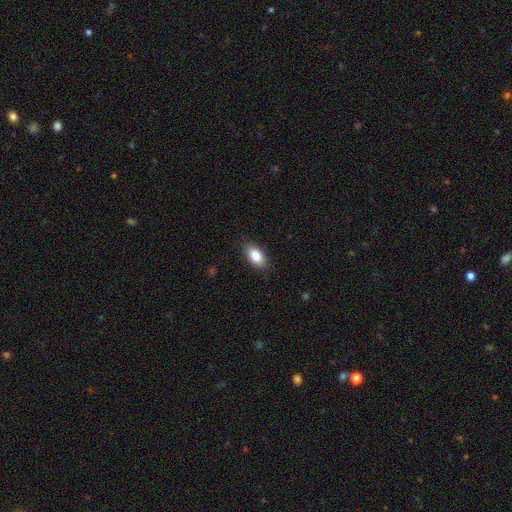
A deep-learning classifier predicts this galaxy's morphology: smooth-or-featured: smooth: 85% | featured or disk: 8% | star or artifact: 7%
  how-rounded: in between: 91% | round: 5% | cigar-shaped: 4%
  merging: none: 87% | minor disturbance: 10% | major disturbance: 2% | merger: 1%